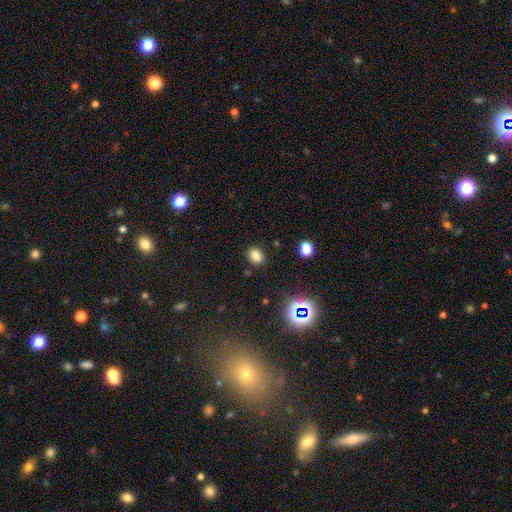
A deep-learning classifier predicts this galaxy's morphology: Q: Smooth or featured?
A: smooth (80%); runner-up: star or artifact (15%)
Q: How rounded?
A: in between (64%); runner-up: round (35%)
Q: Merging?
A: none (85%); runner-up: minor disturbance (10%)